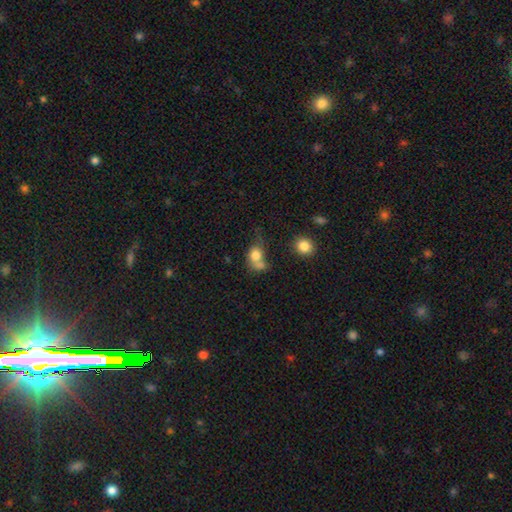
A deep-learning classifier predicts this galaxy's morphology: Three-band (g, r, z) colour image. It shows a smooth galaxy with no disk features (73%) that is round (53%). Merging: merger (41%).